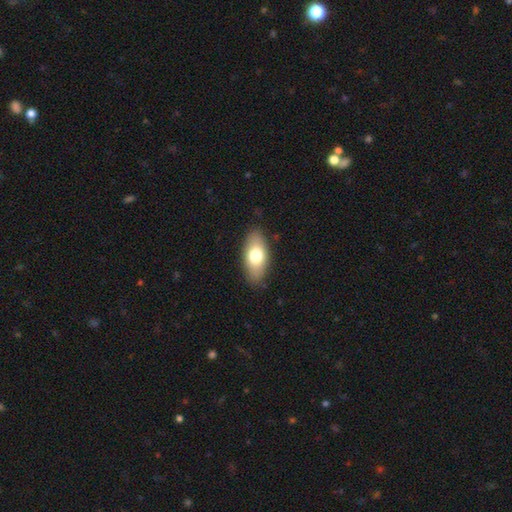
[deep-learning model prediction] Morphology: type=smooth (71%); roundness=in between (88%); merging=none (85%).